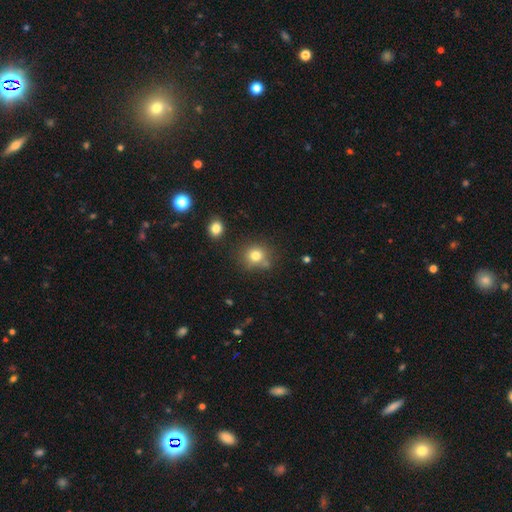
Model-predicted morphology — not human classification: A smooth galaxy with no disk features (78%) that is round (84%). Merging: none (72%).